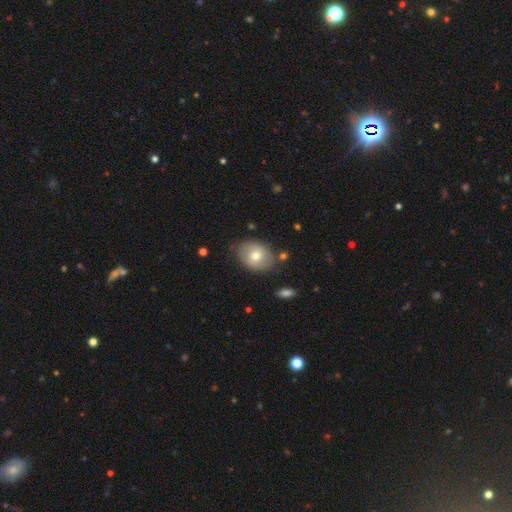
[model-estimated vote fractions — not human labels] Q: Smooth or featured?
A: smooth (67%); runner-up: featured or disk (26%)
Q: How rounded?
A: in between (63%); runner-up: round (36%)
Q: Merging?
A: none (76%); runner-up: minor disturbance (17%)